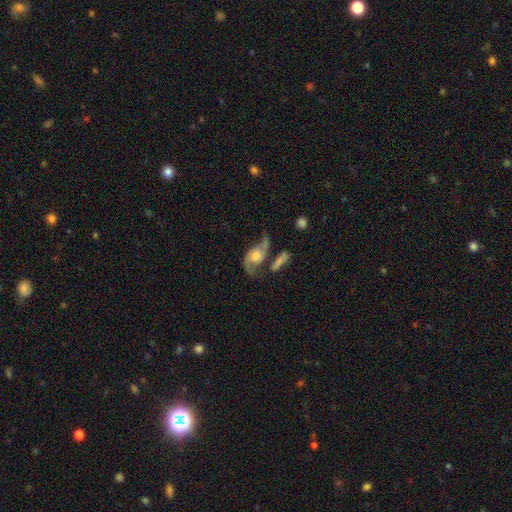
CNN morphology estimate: A featured or disk galaxy (79%) with no bar (68%), 2 (88%) loose (59%) spiral arms (93%) and a moderate central bulge (54%). Merging: none (41%).